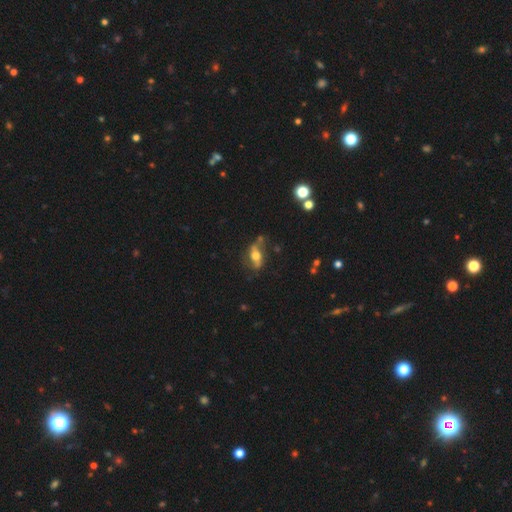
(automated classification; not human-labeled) The model was most divided on "smooth or featured": featured or disk: 57%, smooth: 34%, star or artifact: 9%. More confident: edge-on disk — no (73%); merging — none (57%).